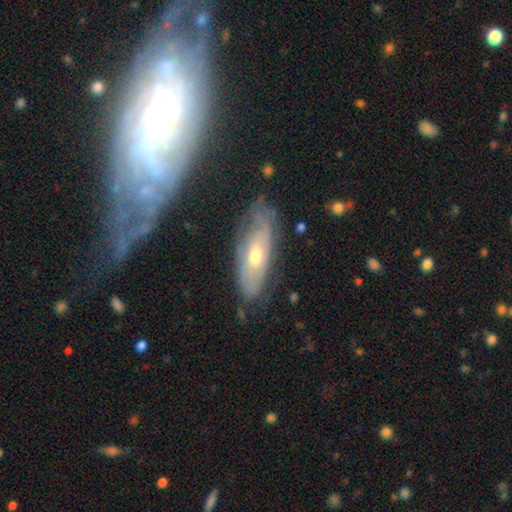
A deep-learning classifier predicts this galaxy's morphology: smooth_or_featured: featured or disk (p=0.60) [alt: smooth p=0.33]
disk_edge_on: no (p=0.75) [alt: yes p=0.25]
merging: none (p=0.72) [alt: minor disturbance p=0.19]